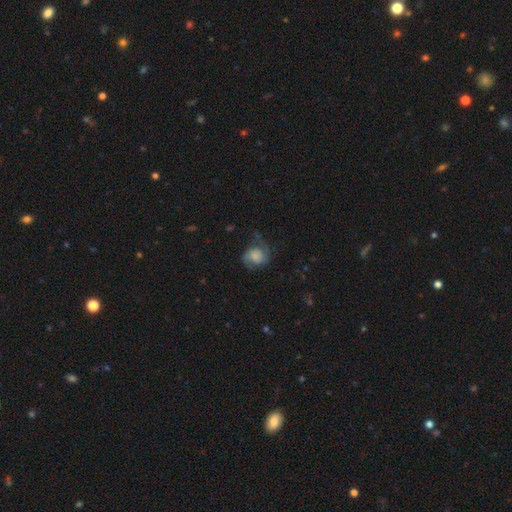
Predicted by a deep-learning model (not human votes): featured or disk 49%, smooth 42%, star or artifact 9%. Down the decision tree: merging — none (54%).